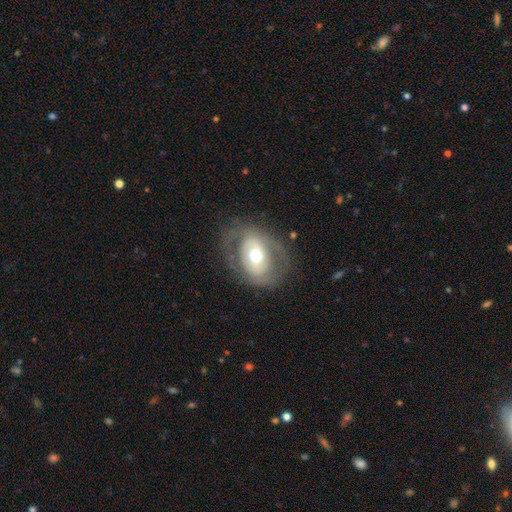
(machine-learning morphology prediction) This is possibly a featured or disk galaxy (56%). It is clearly not viewed edge-on (93%). Bar: possibly no (56%). Spiral arm pattern: likely no (67%). Central bulge: likely moderate (69%). Merging: likely none (69%).